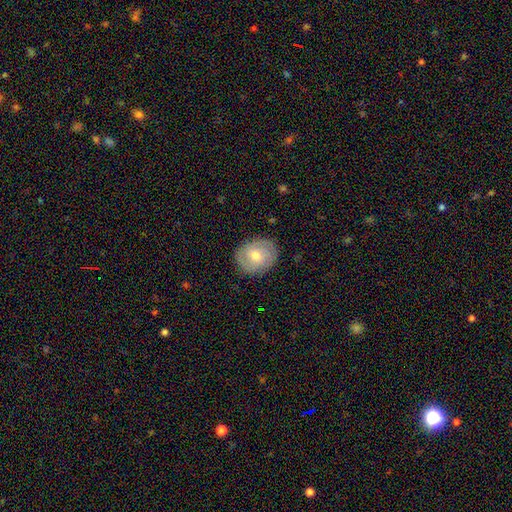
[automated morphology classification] smooth_or_featured: featured or disk (p=0.49) [alt: smooth p=0.43]
merging: none (p=0.84) [alt: minor disturbance p=0.12]